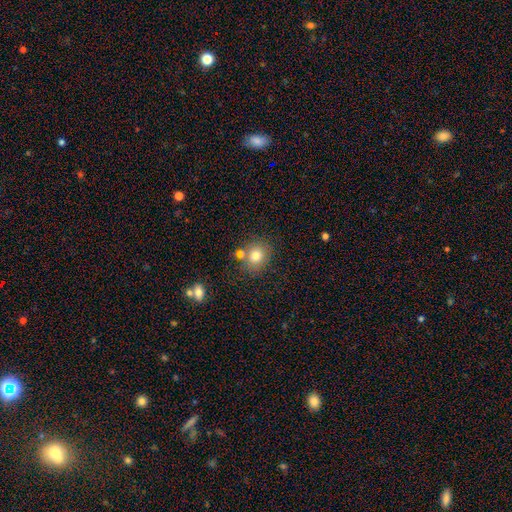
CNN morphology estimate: smooth-or-featured: smooth: 78% | star or artifact: 11% | featured or disk: 11%
  how-rounded: round: 72% | in between: 27% | cigar-shaped: 1%
  merging: none: 67% | merger: 17% | minor disturbance: 12% | major disturbance: 4%